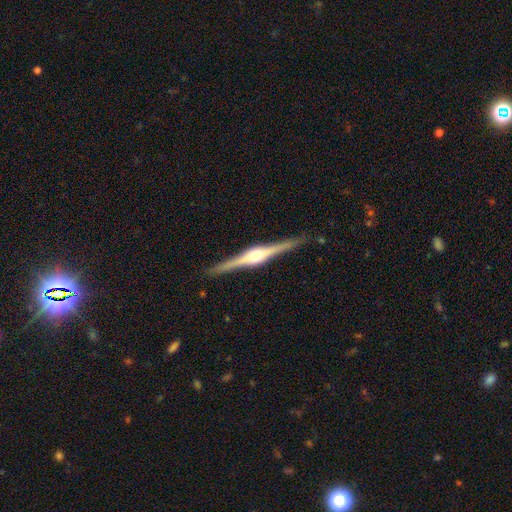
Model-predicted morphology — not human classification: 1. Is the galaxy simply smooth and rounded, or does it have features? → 86% featured or disk, 10% smooth, 5% star or artifact.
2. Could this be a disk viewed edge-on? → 98% yes, 2% no.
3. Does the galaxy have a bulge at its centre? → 91% rounded, 7% boxy, 2% none.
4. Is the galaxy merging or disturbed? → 90% none, 8% minor disturbance, 1% major disturbance, 1% merger.